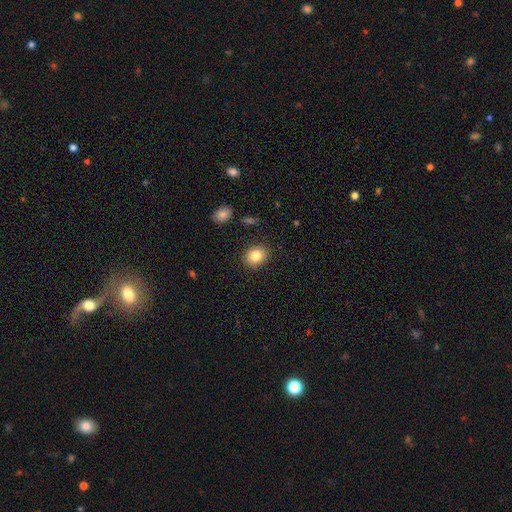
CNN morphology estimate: smooth_or_featured: smooth (p=0.83) [alt: star or artifact p=0.09]
how_rounded: round (p=0.50) [alt: in between p=0.49]
merging: none (p=0.87) [alt: minor disturbance p=0.09]